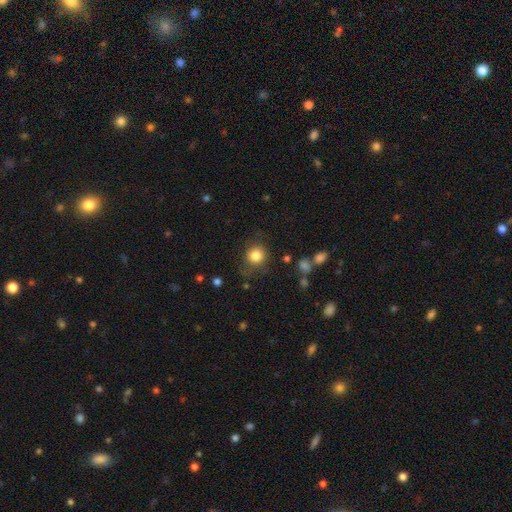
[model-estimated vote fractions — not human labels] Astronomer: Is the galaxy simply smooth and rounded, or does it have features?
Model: smooth — 83%.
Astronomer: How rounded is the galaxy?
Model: round — 85%.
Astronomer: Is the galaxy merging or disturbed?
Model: none — 74%.